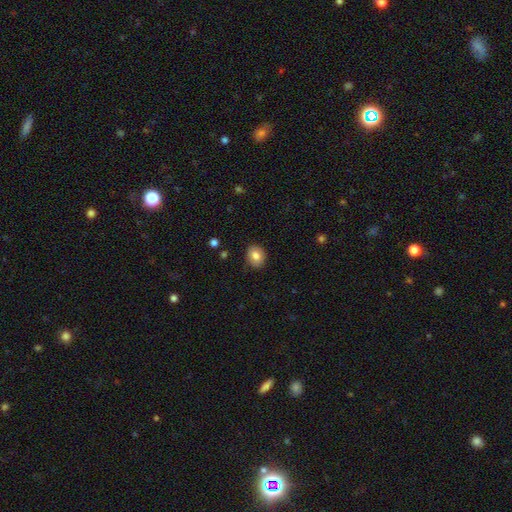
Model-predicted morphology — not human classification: This appears to be a smooth galaxy with no disk features (81%) that is round (59%). Merging: none (87%).